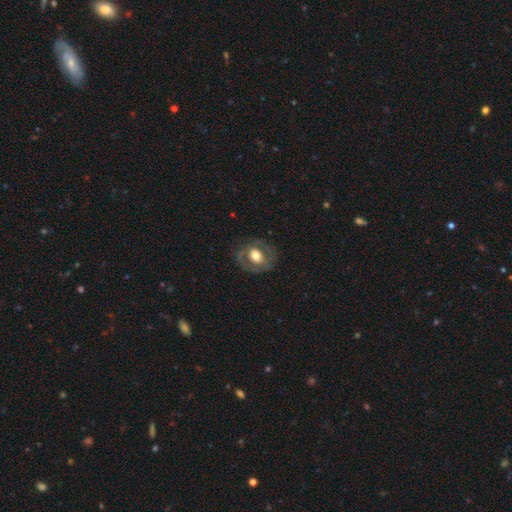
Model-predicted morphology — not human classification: A featured or disk galaxy (51%). Merging: none (69%).